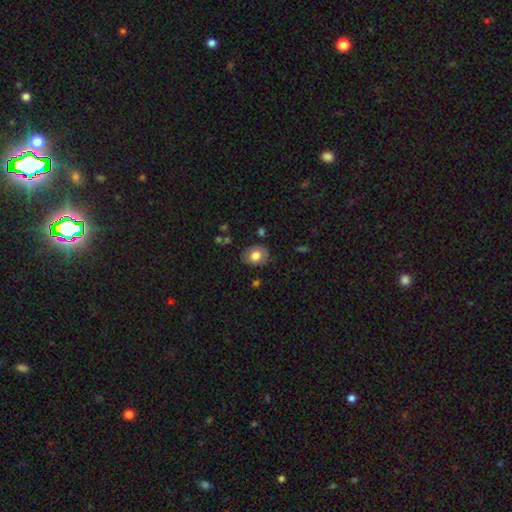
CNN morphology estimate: smooth_or_featured: smooth (p=0.78) [alt: featured or disk p=0.13]
how_rounded: round (p=0.51) [alt: in between p=0.48]
merging: none (p=0.80) [alt: minor disturbance p=0.15]